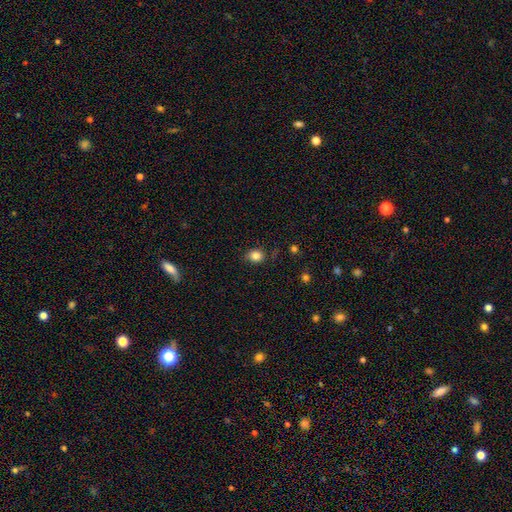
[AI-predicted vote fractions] Smooth or featured? smooth (83%)
How rounded? round (59%)
Merging? none (79%)